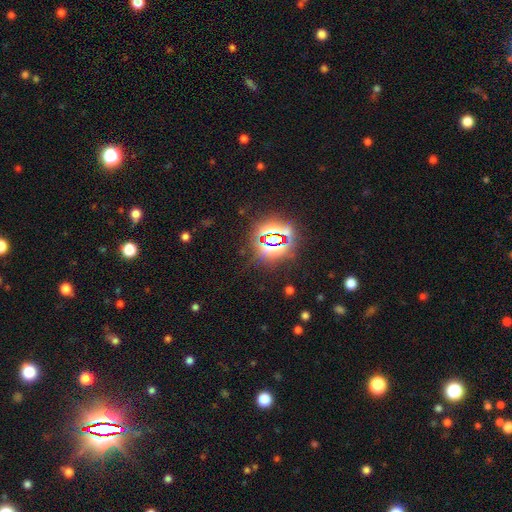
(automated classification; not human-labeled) star or artifact 80%, smooth 14%, featured or disk 6%.